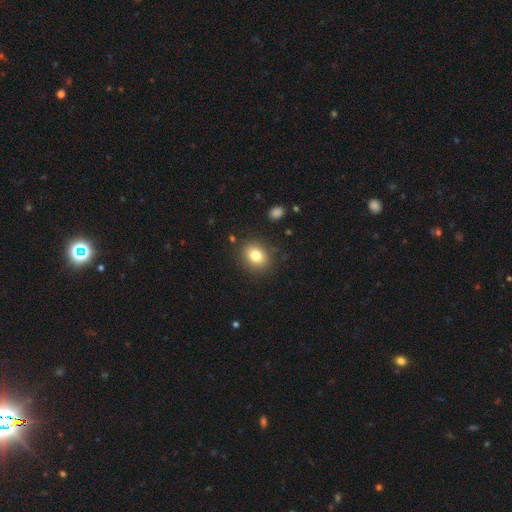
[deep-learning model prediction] The model was most divided on "how rounded": round: 51%, in between: 48%, cigar-shaped: 1%. More confident: merging — none (86%); smooth or featured — smooth (80%).